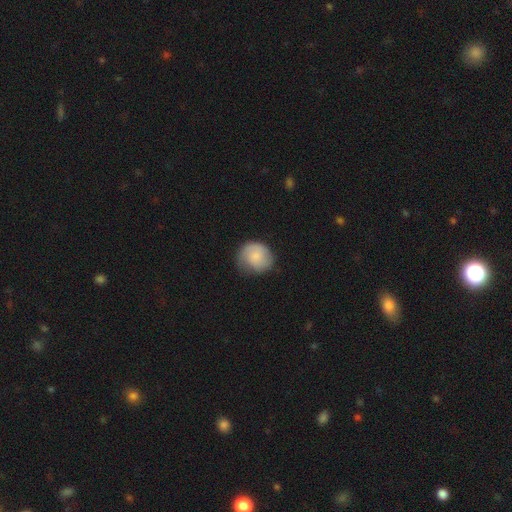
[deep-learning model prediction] Overall: smooth (72%). How rounded: round (77%). Merging: none (58%; minor disturbance 30%).